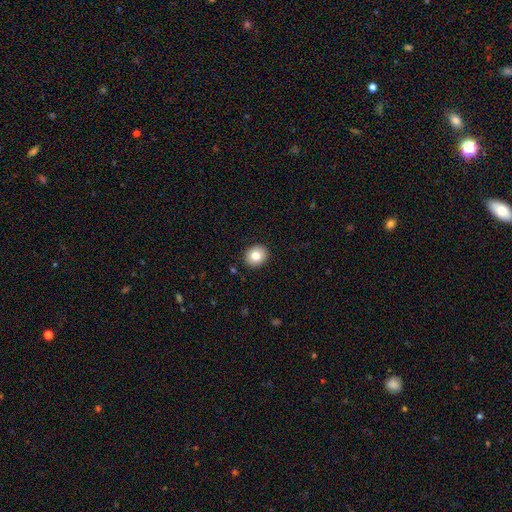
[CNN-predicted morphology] Smooth or featured?
  - smooth: 81% *
  - featured or disk: 10%
  - star or artifact: 9%
How rounded?
  - round: 75% *
  - in between: 24%
  - cigar-shaped: 1%
Merging?
  - none: 91% *
  - minor disturbance: 6%
  - major disturbance: 2%
  - merger: 1%